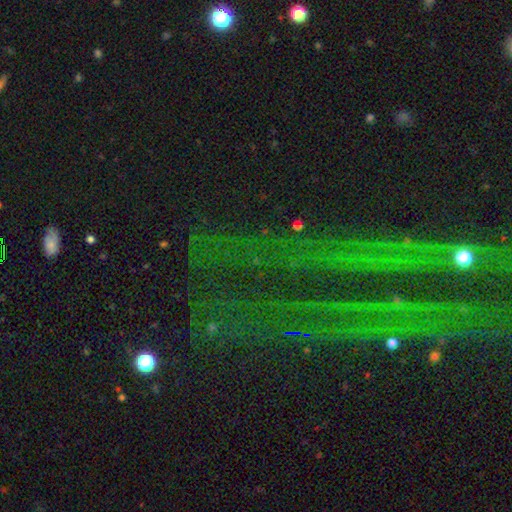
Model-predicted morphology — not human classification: Smooth or featured? Predicted: star or artifact (p=0.80).